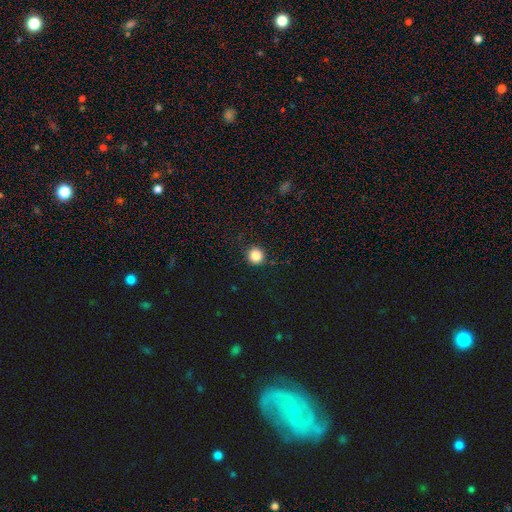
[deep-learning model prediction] Smooth or featured? Predicted: smooth (p=0.85). How rounded? Predicted: round (p=0.95). Merging? Predicted: none (p=0.91).